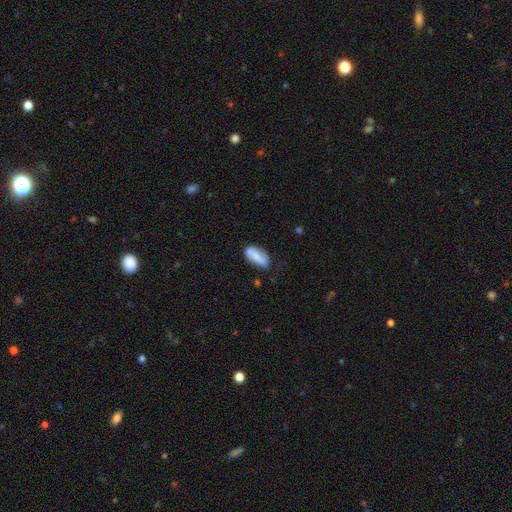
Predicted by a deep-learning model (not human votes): Smooth or featured? smooth (65%)
How rounded? in between (87%)
Merging? none (72%)